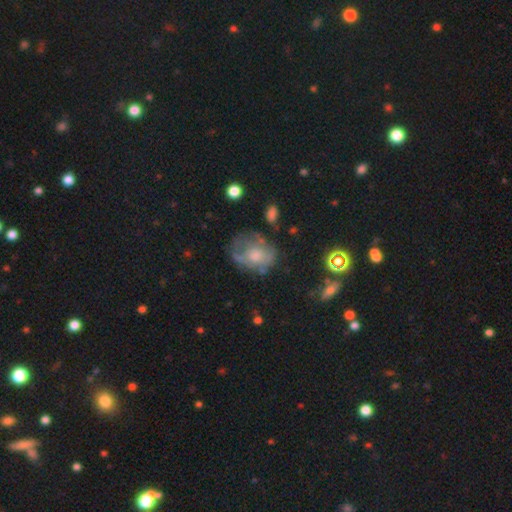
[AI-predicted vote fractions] Morphology: type=smooth (46%); merging=none (44%).